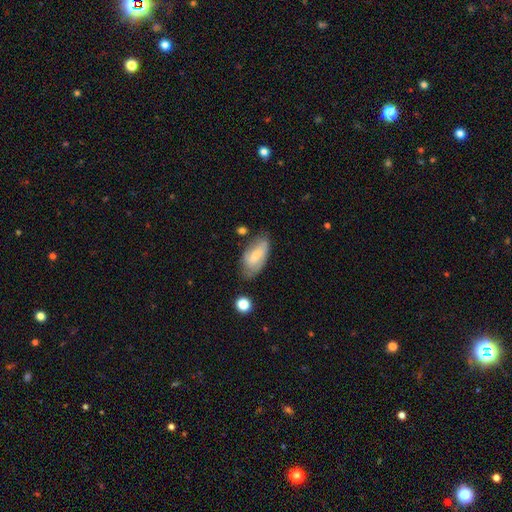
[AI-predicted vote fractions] smooth 60%, featured or disk 34%, star or artifact 7%. Down the decision tree: how rounded — in between (90%); merging — none (58%).